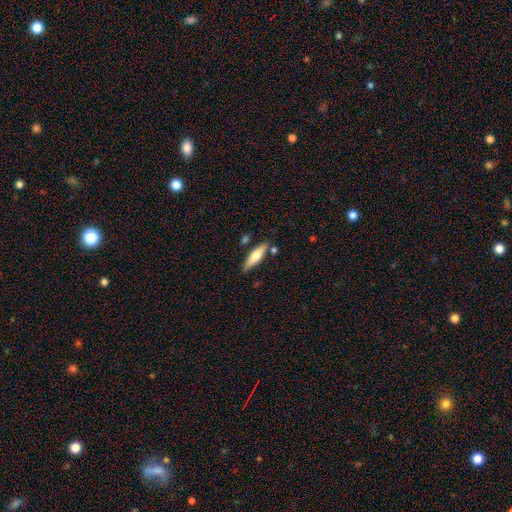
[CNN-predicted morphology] Overall: smooth (61%; featured or disk 34%). How rounded: cigar-shaped (64%; in between 34%). Merging: none (79%).